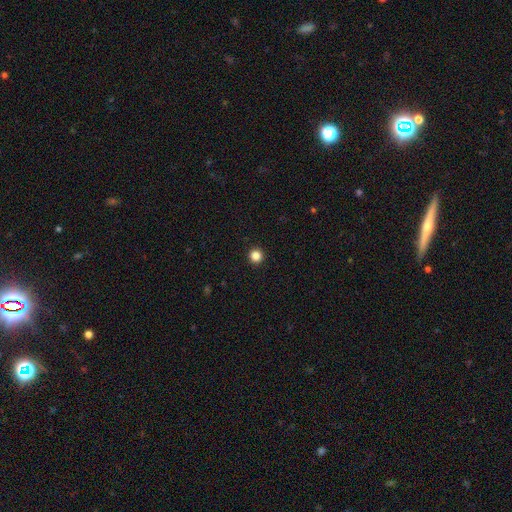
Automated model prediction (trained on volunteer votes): A smooth galaxy with no disk features (85%) that is round (96%).

Vote fractions:
- Smooth or featured? smooth: 85% / star or artifact: 11% / featured or disk: 3%
- How rounded? round: 96% / in between: 3% / cigar-shaped: 1%
- Merging? none: 94% / minor disturbance: 4% / major disturbance: 1% / merger: 1%